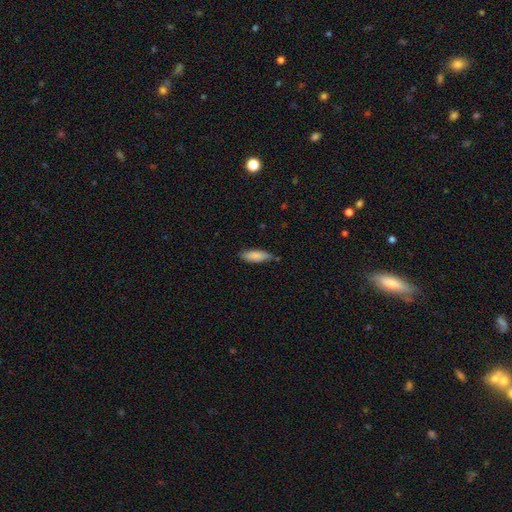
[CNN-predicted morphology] Smooth or featured: smooth — 86% (featured or disk — 8%)
How rounded: in between — 61% (cigar-shaped — 37%)
Merging: none — 76% (minor disturbance — 19%)